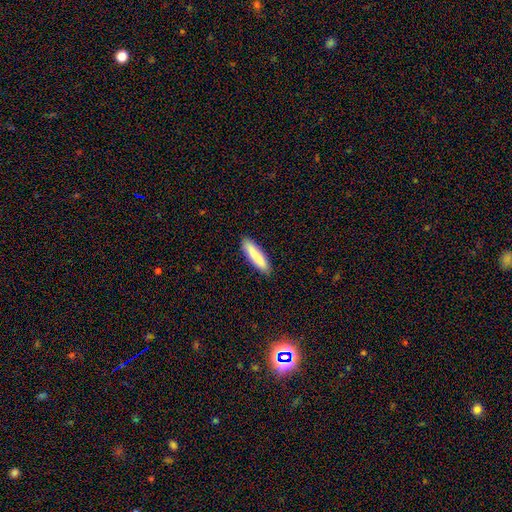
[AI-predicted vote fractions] smooth_or_featured: smooth (p=0.87) [alt: featured or disk p=0.07]
how_rounded: cigar-shaped (p=0.76) [alt: in between p=0.22]
merging: none (p=0.89) [alt: minor disturbance p=0.08]